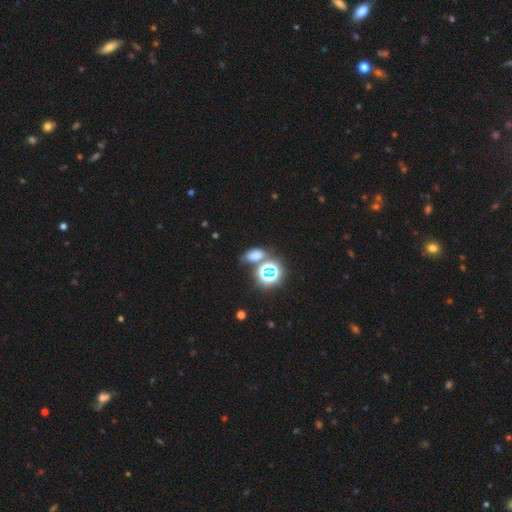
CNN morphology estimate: This is possibly a smooth galaxy (56%). How rounded: likely in between (77%). Merging: possibly none (54%).